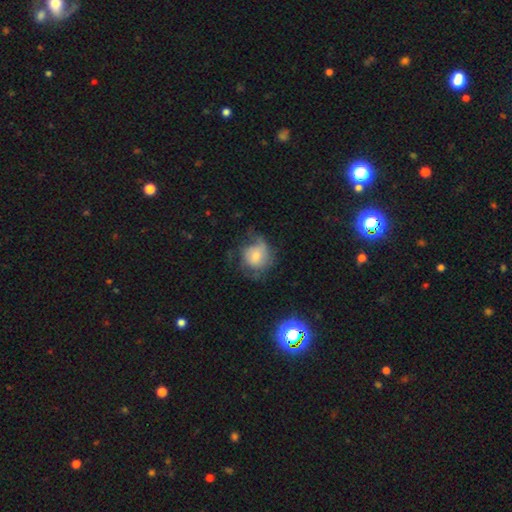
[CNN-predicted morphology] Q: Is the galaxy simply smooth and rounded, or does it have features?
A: smooth — 49%.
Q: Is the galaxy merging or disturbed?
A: none — 42%.